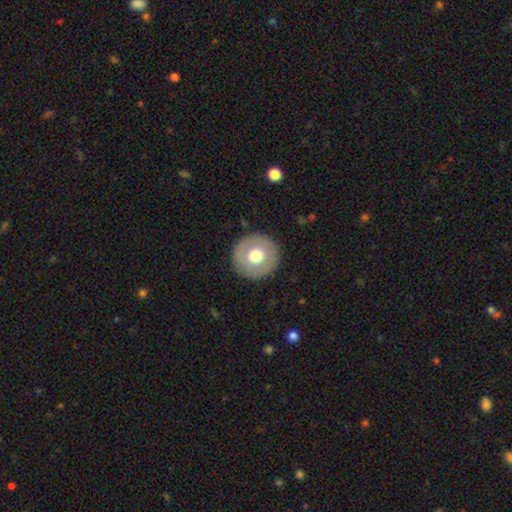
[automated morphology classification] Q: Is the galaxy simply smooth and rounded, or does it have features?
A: smooth — 64%.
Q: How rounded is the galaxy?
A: round — 96%.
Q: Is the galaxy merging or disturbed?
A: none — 90%.